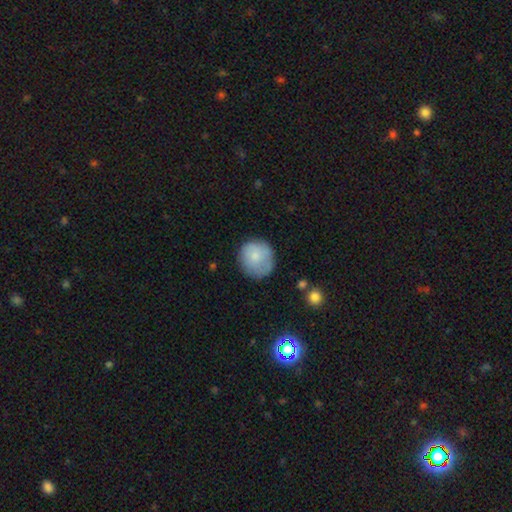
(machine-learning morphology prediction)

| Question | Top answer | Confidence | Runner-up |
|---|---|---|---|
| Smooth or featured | smooth | 78% | featured or disk (15%) |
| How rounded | round | 87% | in between (12%) |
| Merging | none | 71% | minor disturbance (21%) |